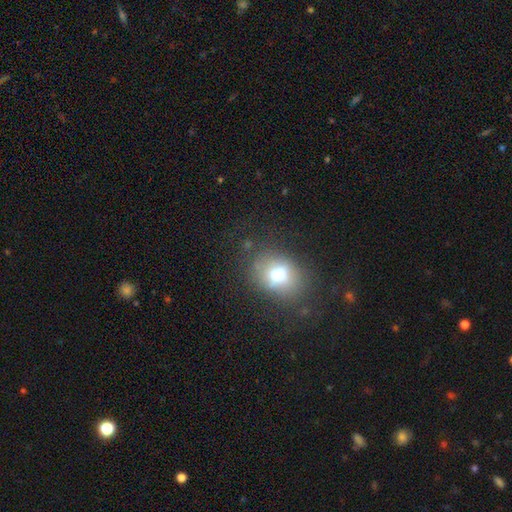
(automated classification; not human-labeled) Morphology: type=smooth (67%); roundness=round (56%); merging=none (86%).